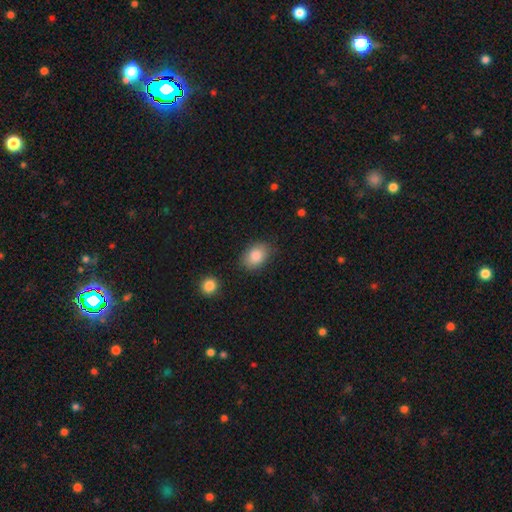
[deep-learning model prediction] smooth-or-featured: smooth: 86% | star or artifact: 8% | featured or disk: 7%
  how-rounded: in between: 78% | round: 21% | cigar-shaped: 1%
  merging: none: 80% | minor disturbance: 14% | major disturbance: 3% | merger: 3%